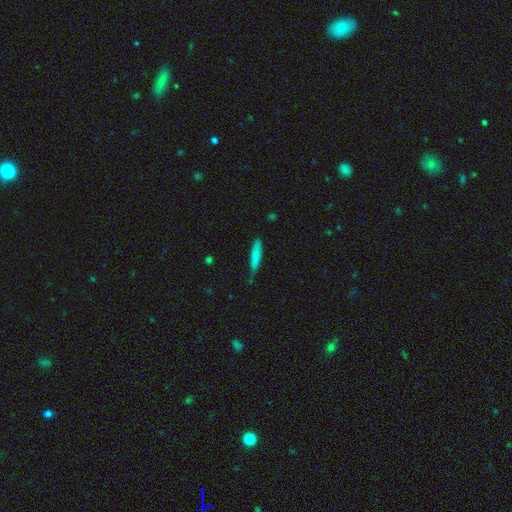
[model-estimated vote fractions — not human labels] Q: Smooth or featured?
A: smooth (78%); runner-up: featured or disk (16%)
Q: How rounded?
A: cigar-shaped (86%); runner-up: in between (13%)
Q: Merging?
A: none (63%); runner-up: minor disturbance (29%)